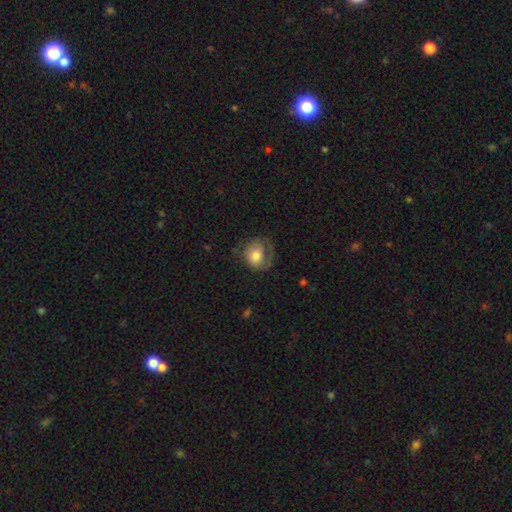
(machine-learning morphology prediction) A smooth galaxy with no disk features (67%) that is round (67%). Merging: none (48%).